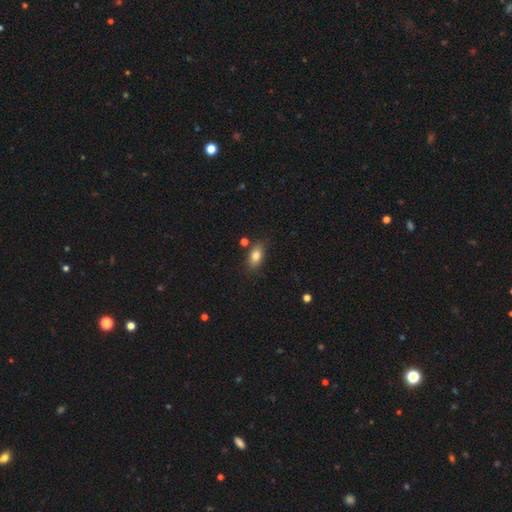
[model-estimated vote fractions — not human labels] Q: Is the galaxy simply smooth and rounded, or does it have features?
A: smooth — 80%.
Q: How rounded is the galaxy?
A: in between — 86%.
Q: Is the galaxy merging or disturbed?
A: none — 78%.